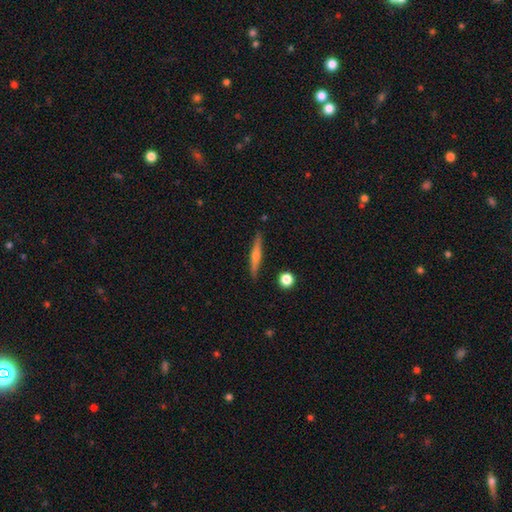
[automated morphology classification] Smooth or featured? featured or disk (55%)
Edge-on disk? yes (96%)
Edge-on bulge? rounded (76%)
Merging? none (89%)